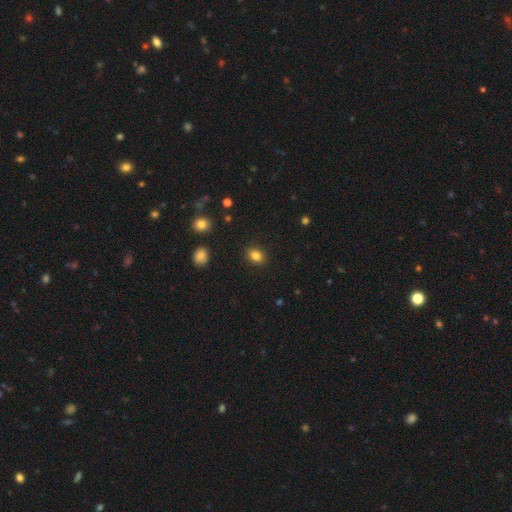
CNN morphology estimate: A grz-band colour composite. It shows a smooth galaxy with no disk features (83%) that is in between round and cigar-shaped (52%). Merging: none (89%).